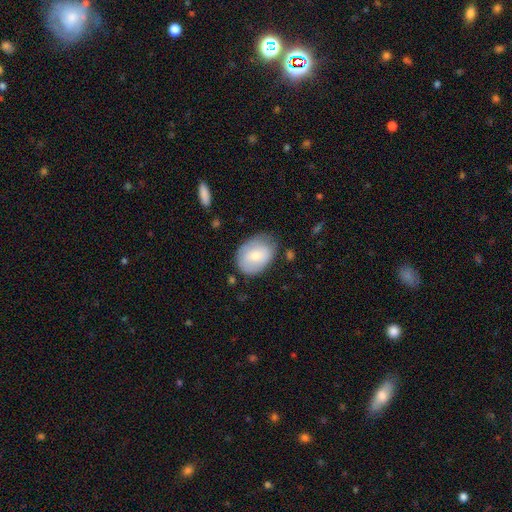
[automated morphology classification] Smooth or featured? Predicted: smooth (p=0.67). How rounded? Predicted: in between (p=0.71). Merging? Predicted: none (p=0.64).